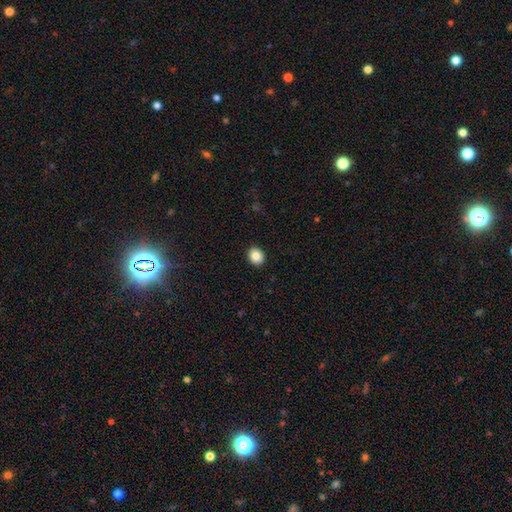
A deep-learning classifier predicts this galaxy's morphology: smooth_or_featured: smooth (p=0.85) [alt: star or artifact p=0.09]
how_rounded: round (p=0.62) [alt: in between p=0.37]
merging: none (p=0.92) [alt: minor disturbance p=0.06]